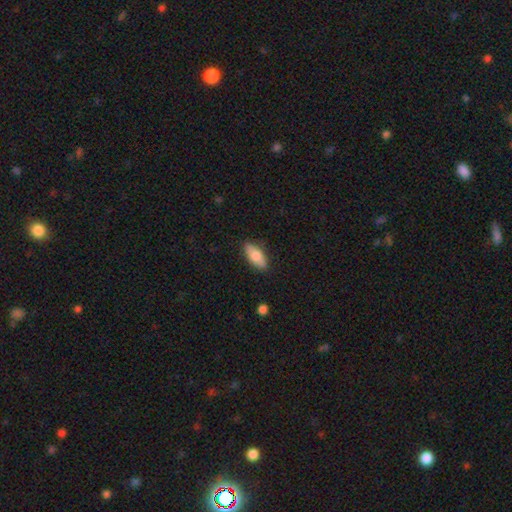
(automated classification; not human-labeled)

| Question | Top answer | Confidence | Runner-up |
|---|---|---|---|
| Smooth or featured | smooth | 76% | featured or disk (18%) |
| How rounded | in between | 81% | cigar-shaped (16%) |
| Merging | none | 86% | minor disturbance (11%) |